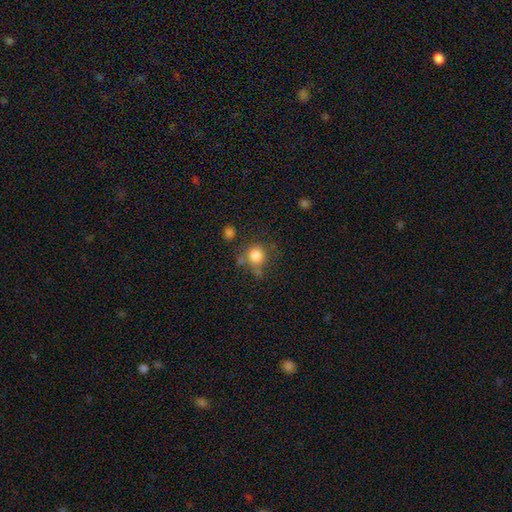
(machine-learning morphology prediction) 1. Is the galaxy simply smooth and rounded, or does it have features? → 80% smooth, 11% star or artifact, 9% featured or disk.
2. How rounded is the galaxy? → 82% round, 17% in between, 1% cigar-shaped.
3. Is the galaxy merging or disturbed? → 52% none, 23% minor disturbance, 13% major disturbance, 11% merger.